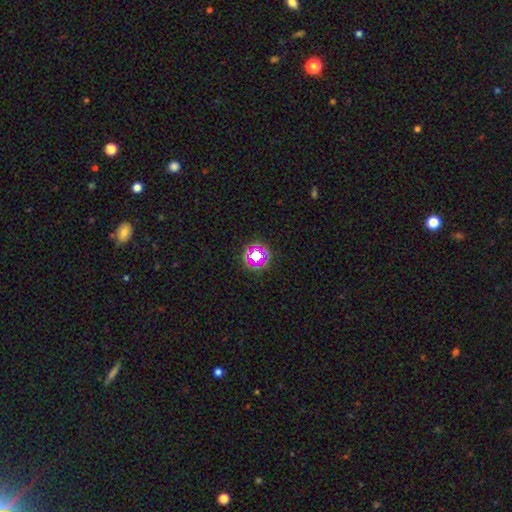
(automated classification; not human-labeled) A star or artifact, not a galaxy (61%).